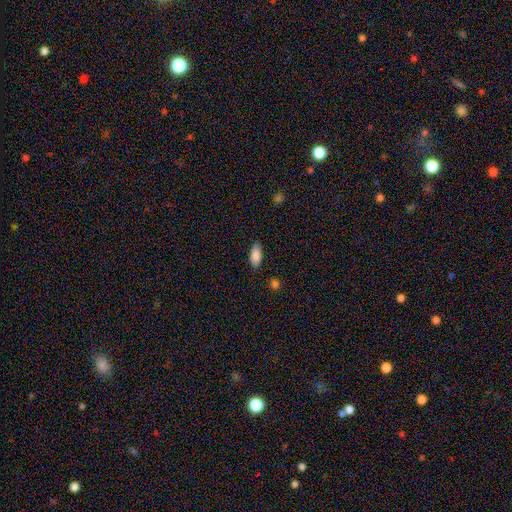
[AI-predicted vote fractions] Morphology: type=smooth (87%); roundness=in between (88%); merging=none (82%).